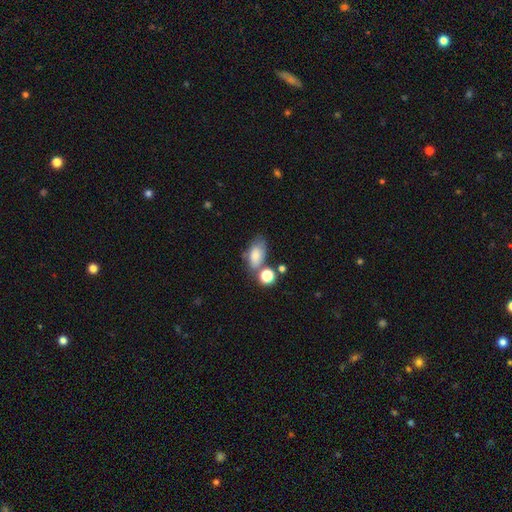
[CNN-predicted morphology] type=smooth (77%); roundness=in between (87%); merging=none (46%).